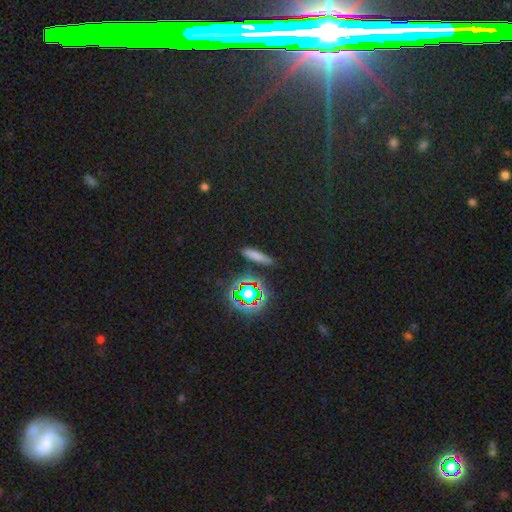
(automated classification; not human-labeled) A smooth galaxy with no disk features (63%) that is cigar-shaped (75%).

Vote fractions:
- Smooth or featured? smooth: 63% / star or artifact: 26% / featured or disk: 10%
- How rounded? cigar-shaped: 75% / in between: 18% / round: 7%
- Merging? none: 85% / minor disturbance: 9% / major disturbance: 3% / merger: 2%